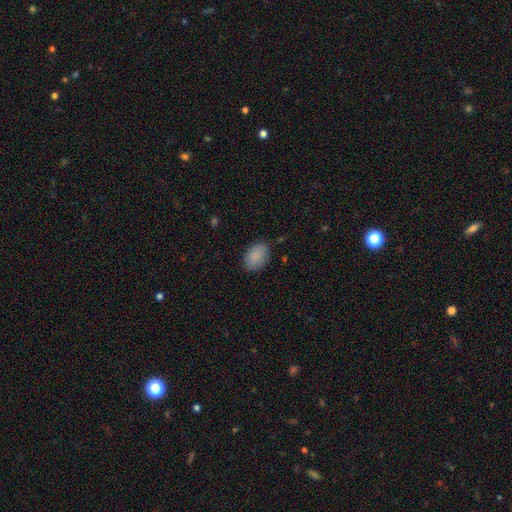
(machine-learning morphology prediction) This is clearly a smooth galaxy (88%). How rounded: clearly in between (88%). Merging: clearly none (83%).